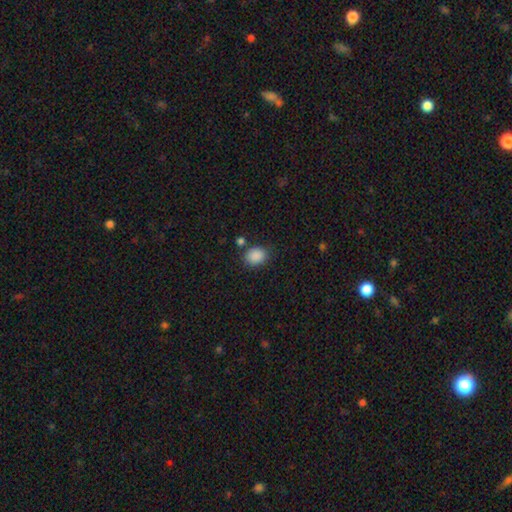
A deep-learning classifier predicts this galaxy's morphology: smooth_or_featured: smooth (p=0.88) [alt: star or artifact p=0.09]
how_rounded: round (p=0.50) [alt: in between p=0.49]
merging: none (p=0.78) [alt: minor disturbance p=0.13]